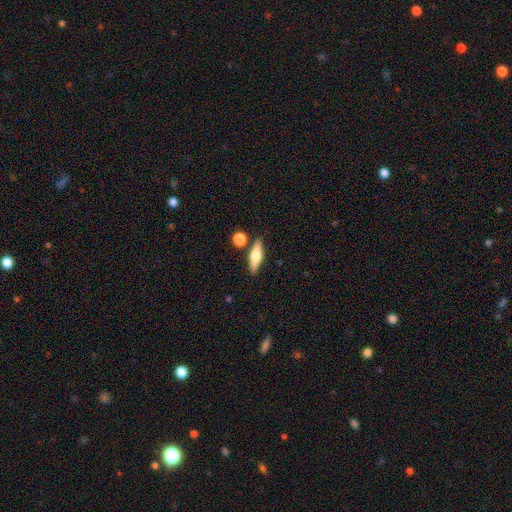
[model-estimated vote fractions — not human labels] Overall: smooth (51%; featured or disk 42%). How rounded: cigar-shaped (48%; in between 47%). Merging: none (81%).